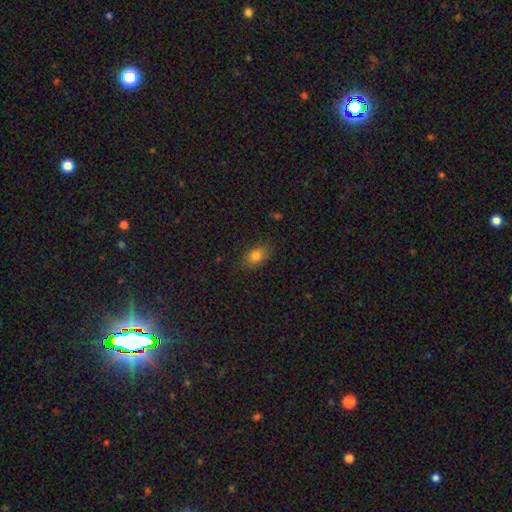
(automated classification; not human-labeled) smooth-or-featured: smooth: 80% | star or artifact: 10% | featured or disk: 10%
  how-rounded: in between: 83% | round: 14% | cigar-shaped: 3%
  merging: none: 84% | minor disturbance: 13% | major disturbance: 3% | merger: 1%